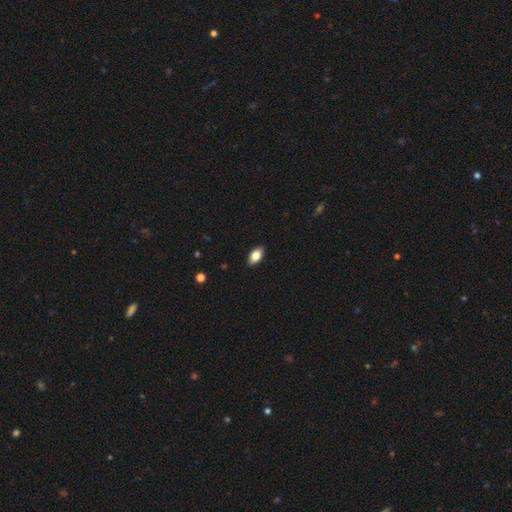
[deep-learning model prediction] A smooth galaxy with no disk features (81%) that is in between round and cigar-shaped (91%). Merging: none (89%).